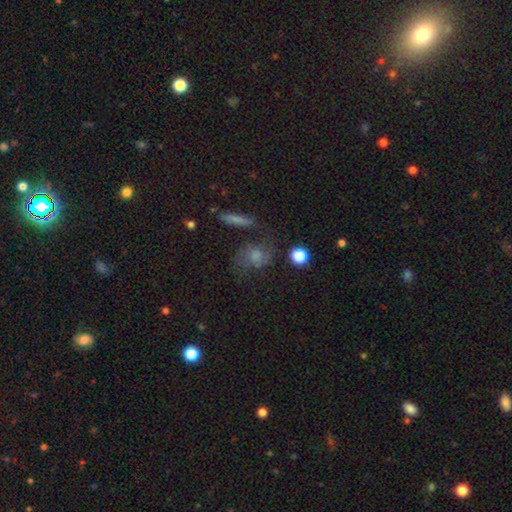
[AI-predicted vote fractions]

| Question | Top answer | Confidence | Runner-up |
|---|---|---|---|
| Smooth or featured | featured or disk | 44% | smooth (36%) |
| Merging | none | 61% | minor disturbance (19%) |